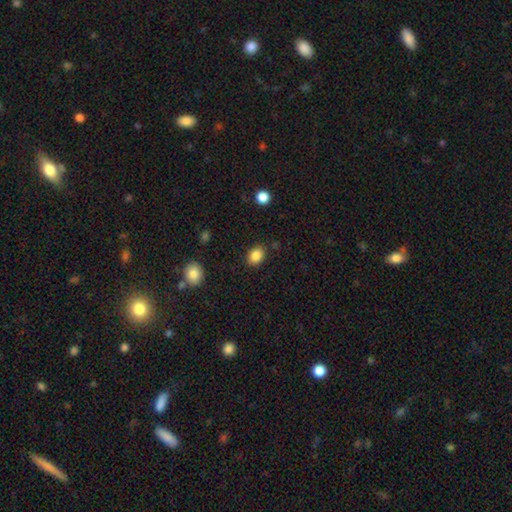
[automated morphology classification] The model was most divided on "how rounded": in between: 65%, round: 34%, cigar-shaped: 1%. More confident: smooth or featured — smooth (86%); merging — none (86%).